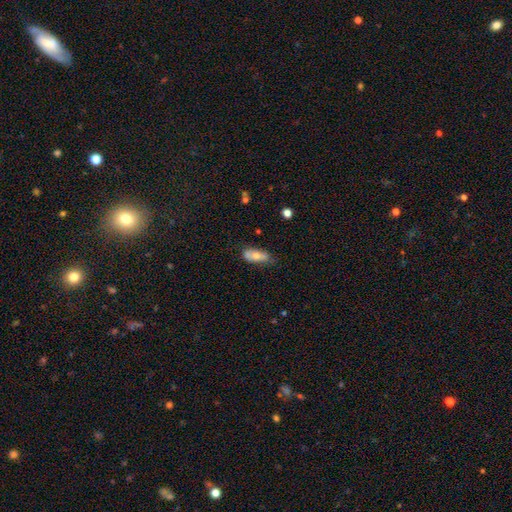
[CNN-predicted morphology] The model was most divided on "merging": none: 59%, minor disturbance: 29%, major disturbance: 7%, merger: 6%. More confident: how rounded — in between (77%); smooth or featured — smooth (63%).